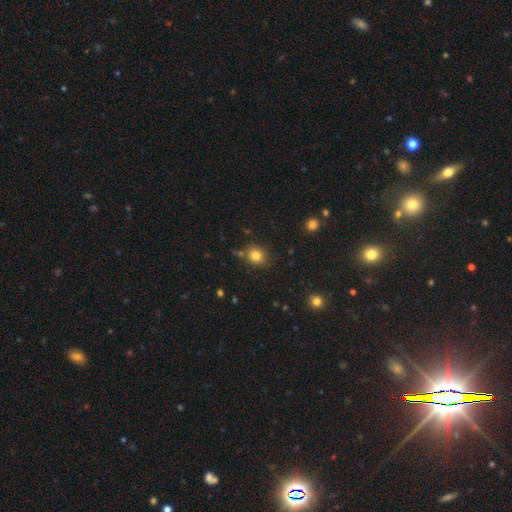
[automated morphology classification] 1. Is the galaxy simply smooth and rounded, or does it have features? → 81% smooth, 12% star or artifact, 6% featured or disk.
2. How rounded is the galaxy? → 75% round, 24% in between, 1% cigar-shaped.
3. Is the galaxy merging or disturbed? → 79% none, 12% minor disturbance, 6% merger, 3% major disturbance.